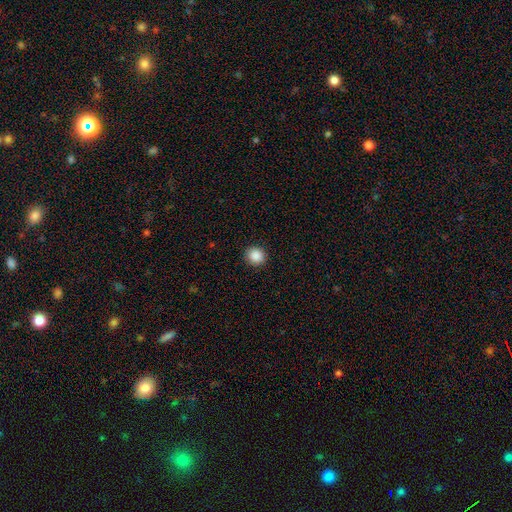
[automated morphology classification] A smooth galaxy with no disk features (88%) that is round (88%). Merging: none (91%).